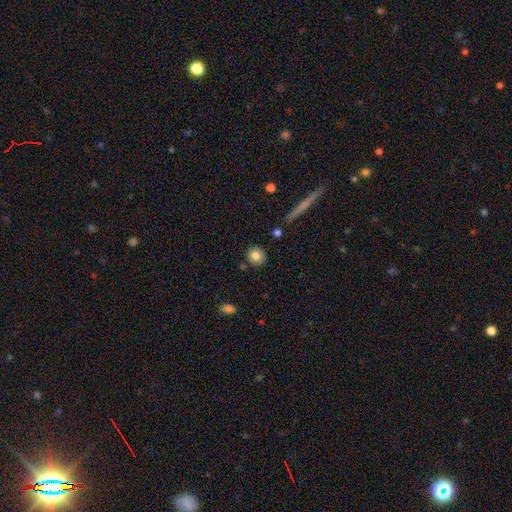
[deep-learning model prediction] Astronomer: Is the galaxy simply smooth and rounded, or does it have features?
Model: smooth — 80%.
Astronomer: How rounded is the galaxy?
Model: round — 90%.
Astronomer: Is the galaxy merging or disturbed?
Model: none — 87%.